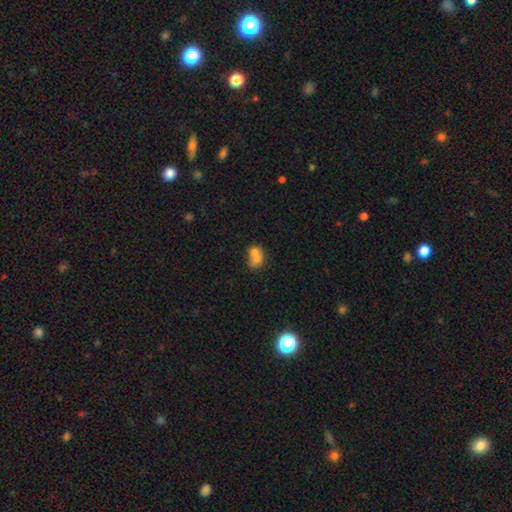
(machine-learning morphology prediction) Smooth or featured? smooth (70%)
How rounded? in between (51%)
Merging? merger (63%)